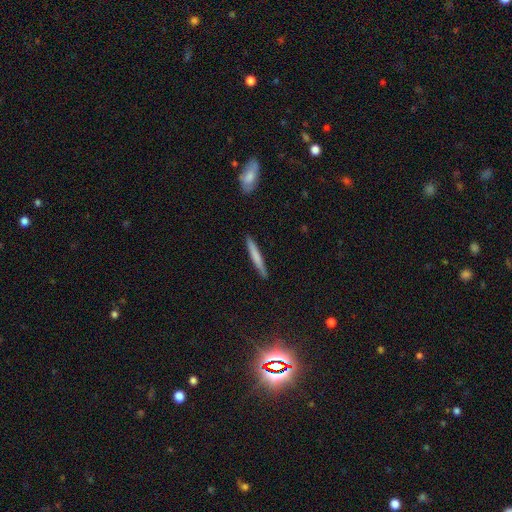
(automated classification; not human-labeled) Overall: smooth (68%). How rounded: cigar-shaped (95%). Merging: none (87%).